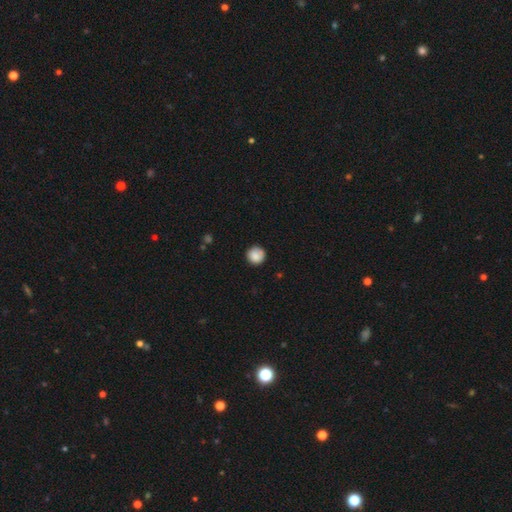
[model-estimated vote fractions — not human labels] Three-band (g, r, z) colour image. It shows a smooth galaxy with no disk features (85%) that is round (94%). Merging: none (82%).